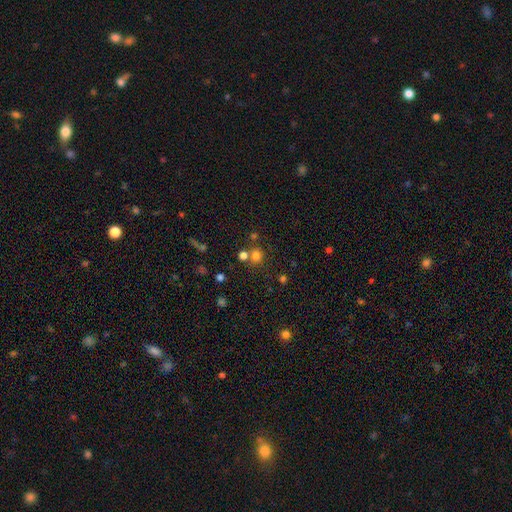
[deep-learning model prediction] Q: Smooth or featured?
A: smooth (72%); runner-up: star or artifact (20%)
Q: How rounded?
A: round (84%); runner-up: in between (15%)
Q: Merging?
A: none (63%); runner-up: merger (25%)